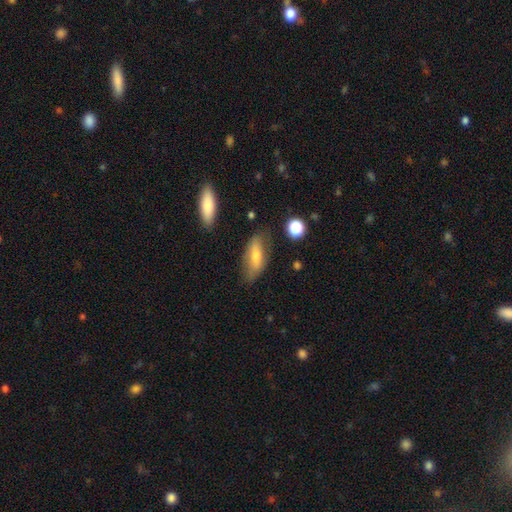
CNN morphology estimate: smooth-or-featured: smooth: 63% | featured or disk: 29% | star or artifact: 8%
  how-rounded: in between: 70% | cigar-shaped: 27% | round: 3%
  merging: none: 72% | minor disturbance: 20% | major disturbance: 5% | merger: 2%